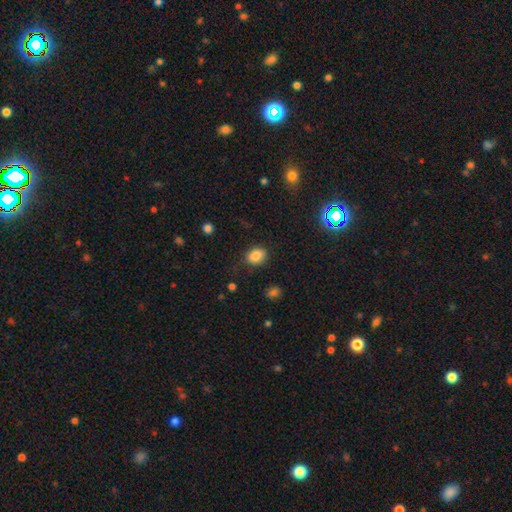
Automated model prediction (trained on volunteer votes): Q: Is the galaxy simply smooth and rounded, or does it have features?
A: smooth — 84%.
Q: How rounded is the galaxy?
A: in between — 59%.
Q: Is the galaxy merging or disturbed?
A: none — 79%.